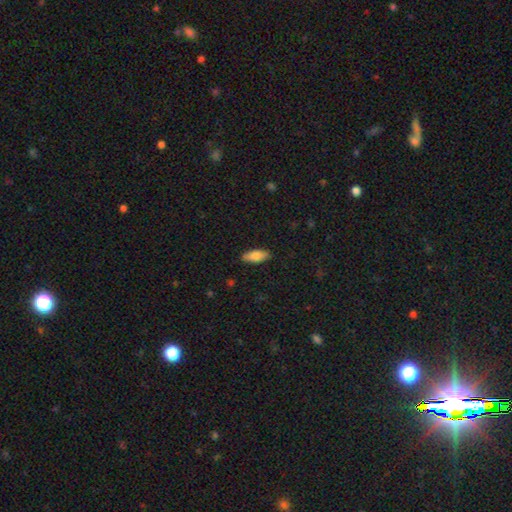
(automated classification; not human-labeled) Smooth or featured? Predicted: smooth (p=0.80). How rounded? Predicted: in between (p=0.80). Merging? Predicted: none (p=0.88).